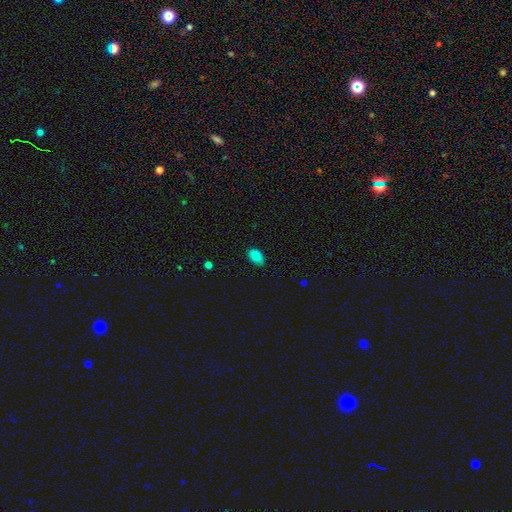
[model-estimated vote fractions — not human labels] smooth_or_featured: smooth (p=0.87) [alt: star or artifact p=0.09]
how_rounded: in between (p=0.90) [alt: round p=0.08]
merging: none (p=0.81) [alt: minor disturbance p=0.15]